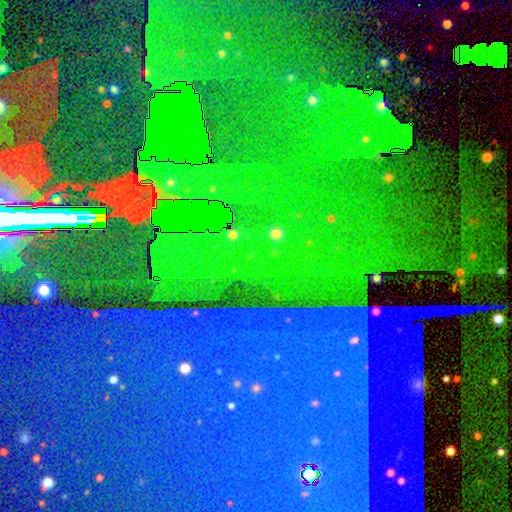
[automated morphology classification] A star or artifact, not a galaxy (86%).

Vote fractions:
- Smooth or featured? star or artifact: 86% / featured or disk: 8% / smooth: 7%